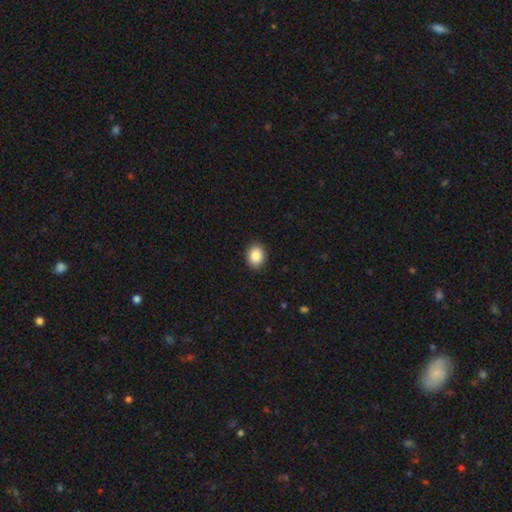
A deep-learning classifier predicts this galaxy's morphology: This is clearly a smooth galaxy (88%). How rounded: possibly in between (52%). Merging: clearly none (91%).